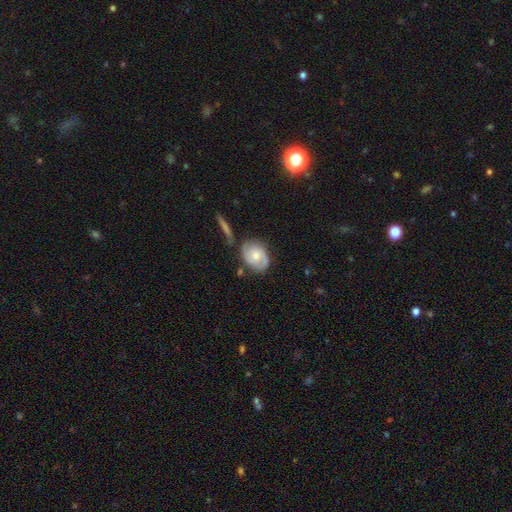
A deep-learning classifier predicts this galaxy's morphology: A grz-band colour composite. It shows a featured or disk galaxy (51%). Merging: none (60%).